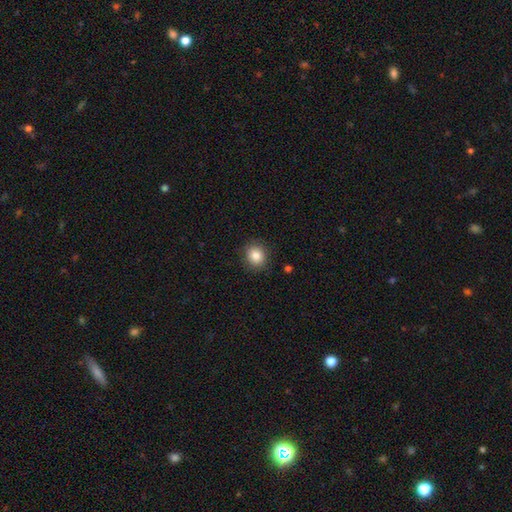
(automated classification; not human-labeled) smooth-or-featured: smooth: 85% | star or artifact: 10% | featured or disk: 5%
  how-rounded: round: 83% | in between: 17% | cigar-shaped: 1%
  merging: none: 88% | minor disturbance: 8% | major disturbance: 2% | merger: 1%